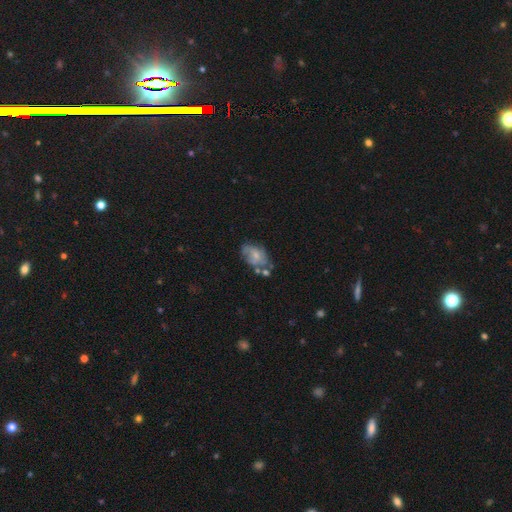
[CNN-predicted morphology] Smooth or featured?
  - featured or disk: 49% *
  - smooth: 42%
  - star or artifact: 9%
Merging?
  - none: 38% *
  - minor disturbance: 29%
  - major disturbance: 17%
  - merger: 16%